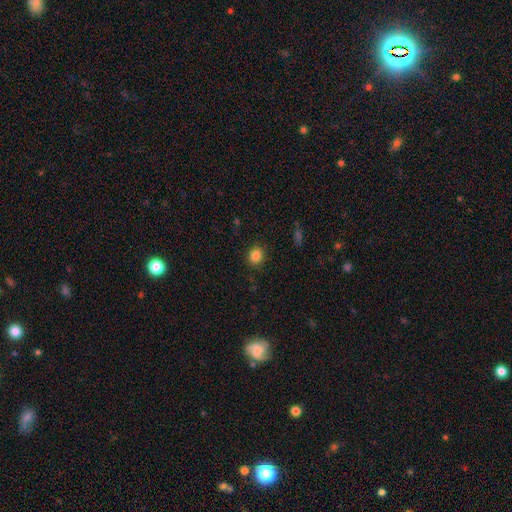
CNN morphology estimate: type=smooth (84%); roundness=round (70%); merging=none (88%).